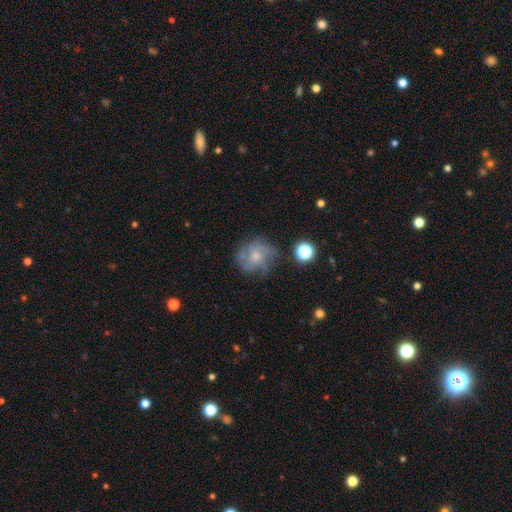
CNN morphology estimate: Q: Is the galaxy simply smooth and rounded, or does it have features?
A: featured or disk — 57%.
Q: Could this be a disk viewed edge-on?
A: no — 98%.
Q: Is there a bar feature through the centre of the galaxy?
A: no — 82%.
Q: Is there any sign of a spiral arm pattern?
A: yes — 71%.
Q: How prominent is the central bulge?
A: small — 46%.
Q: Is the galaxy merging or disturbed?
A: none — 63%.